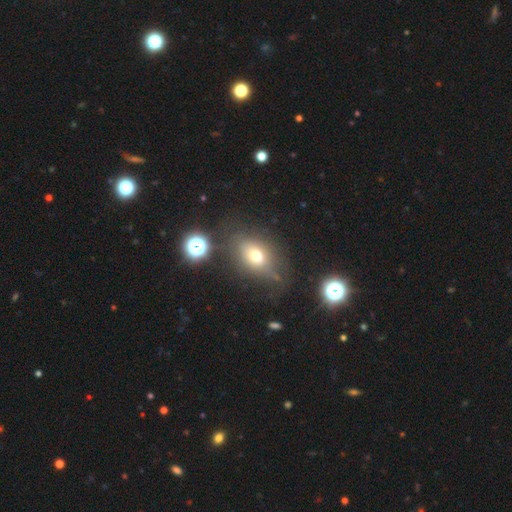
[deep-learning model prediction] The model was most divided on "how rounded": in between: 65%, round: 32%, cigar-shaped: 3%. More confident: smooth or featured — smooth (66%); merging — none (62%).